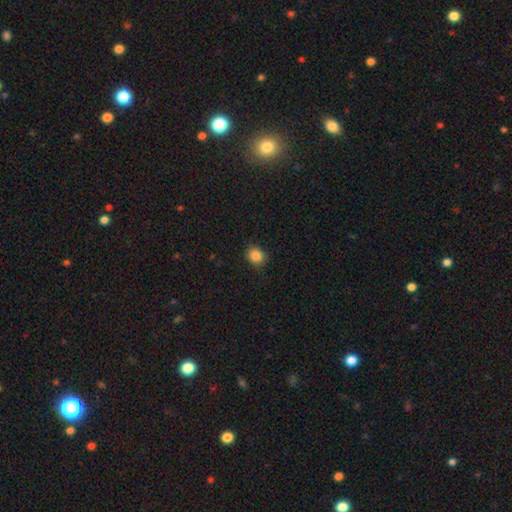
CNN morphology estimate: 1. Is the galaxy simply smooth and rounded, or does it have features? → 86% smooth, 10% star or artifact, 4% featured or disk.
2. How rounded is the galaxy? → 68% round, 31% in between, 1% cigar-shaped.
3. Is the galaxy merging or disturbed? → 82% none, 14% minor disturbance, 3% major disturbance, 1% merger.